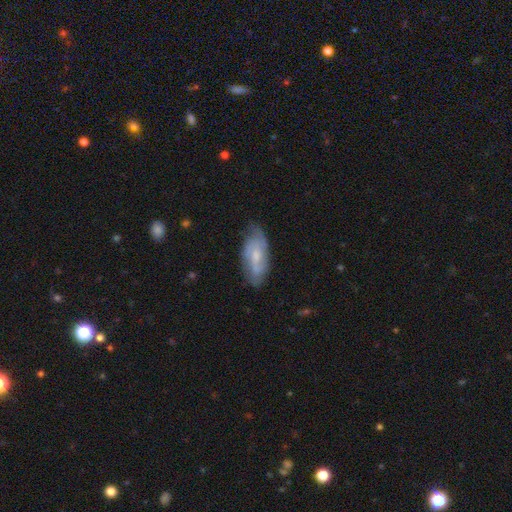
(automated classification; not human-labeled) Overall: featured or disk (56%; smooth 37%). Edge-on disk: no (89%). Bar: no (54%; weak 39%). Spiral arms: yes (78%). Bulge size: moderate (45%; small 42%). Merging: none (64%; minor disturbance 27%).